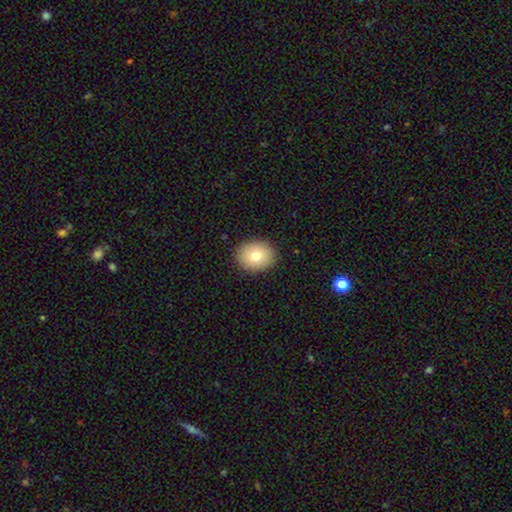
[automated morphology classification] smooth_or_featured: smooth (p=0.78) [alt: featured or disk p=0.13]
how_rounded: round (p=0.61) [alt: in between p=0.38]
merging: none (p=0.90) [alt: minor disturbance p=0.07]